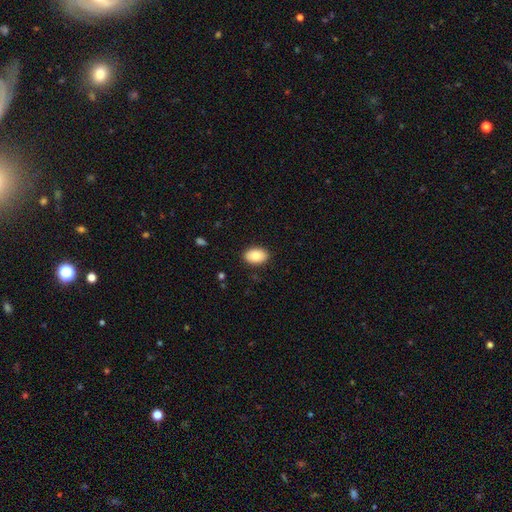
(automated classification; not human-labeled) Q: Smooth or featured?
A: smooth (83%); runner-up: featured or disk (10%)
Q: How rounded?
A: in between (88%); runner-up: round (11%)
Q: Merging?
A: none (89%); runner-up: minor disturbance (8%)